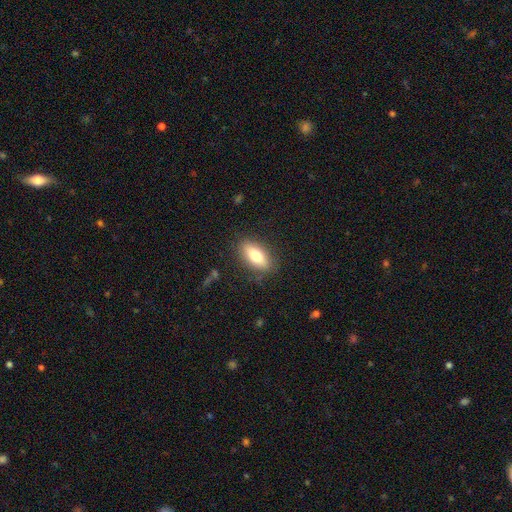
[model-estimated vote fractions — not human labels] Smooth or featured? Predicted: smooth (p=0.74). How rounded? Predicted: in between (p=0.79). Merging? Predicted: none (p=0.84).